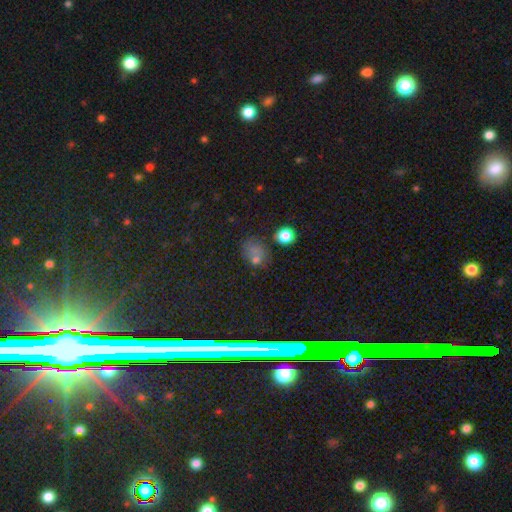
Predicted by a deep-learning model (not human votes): smooth_or_featured: smooth (p=0.65) [alt: star or artifact p=0.23]
how_rounded: in between (p=0.50) [alt: round p=0.49]
merging: none (p=0.50) [alt: minor disturbance p=0.20]